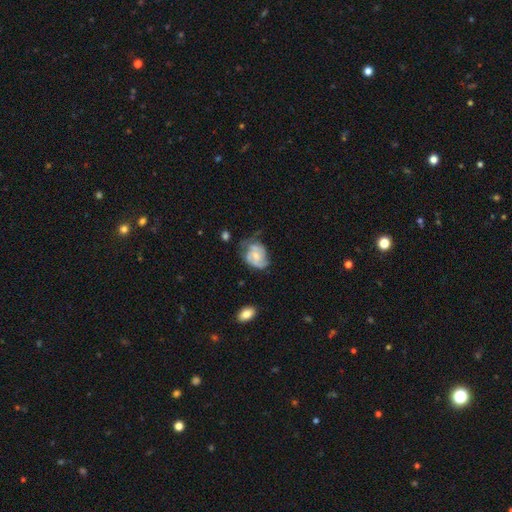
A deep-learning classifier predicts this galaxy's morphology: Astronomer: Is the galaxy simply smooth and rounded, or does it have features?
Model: featured or disk — 68%.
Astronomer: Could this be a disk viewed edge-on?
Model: no — 98%.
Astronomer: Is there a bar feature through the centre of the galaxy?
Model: no — 69%.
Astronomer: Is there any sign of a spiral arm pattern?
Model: yes — 86%.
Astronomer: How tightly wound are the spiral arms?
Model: tight — 42% (runner-up: medium, 41%).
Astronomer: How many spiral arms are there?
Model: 2 — 42% (runner-up: can't tell, 25%).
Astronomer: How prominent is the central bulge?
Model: small — 54% (runner-up: moderate, 38%).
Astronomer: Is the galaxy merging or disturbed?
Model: none — 47% (runner-up: minor disturbance, 32%).